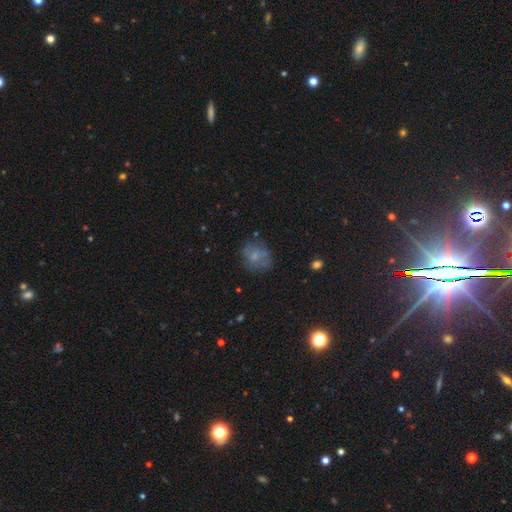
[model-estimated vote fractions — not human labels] Morphology: type=smooth (53%); roundness=round (54%); merging=none (61%).